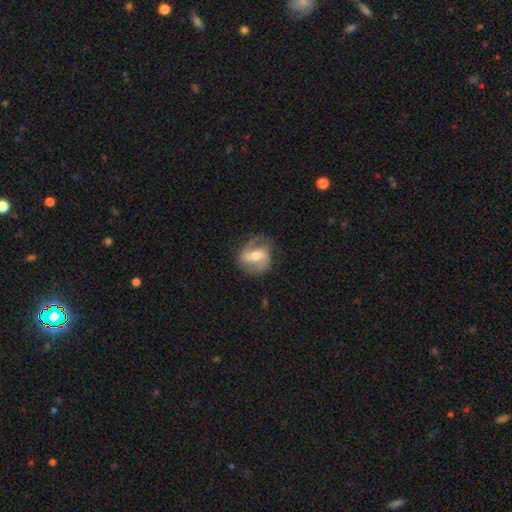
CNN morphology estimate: Smooth or featured? Predicted: featured or disk (p=0.77). Edge-on disk? Predicted: no (p=0.95). Bar? Predicted: strong (p=0.49). Spiral arms? Predicted: yes (p=0.88). Spiral winding? Predicted: medium (p=0.45). Spiral arm count? Predicted: 2 (p=0.85). Bulge size? Predicted: moderate (p=0.59). Merging? Predicted: none (p=0.74).